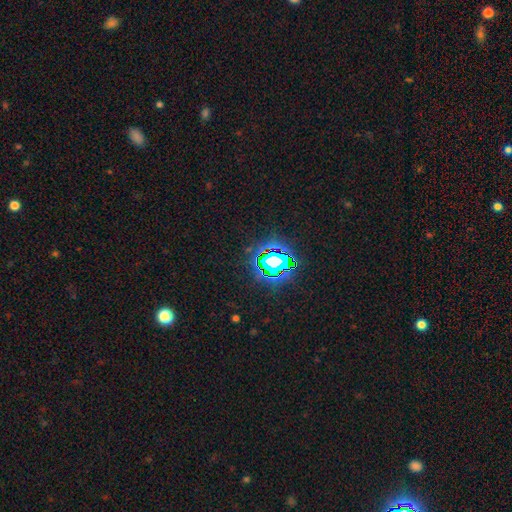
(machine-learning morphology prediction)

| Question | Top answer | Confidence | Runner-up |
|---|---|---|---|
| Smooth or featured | star or artifact | 83% | smooth (11%) |